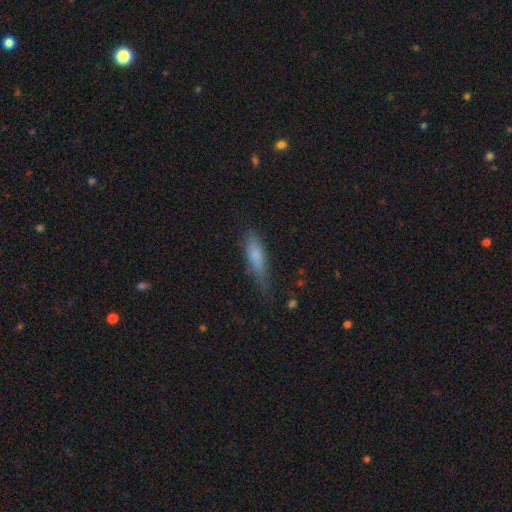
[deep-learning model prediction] The model was most divided on "merging": none: 56%, minor disturbance: 32%, major disturbance: 10%, merger: 3%. More confident: smooth or featured — smooth (74%); how rounded — cigar-shaped (68%).